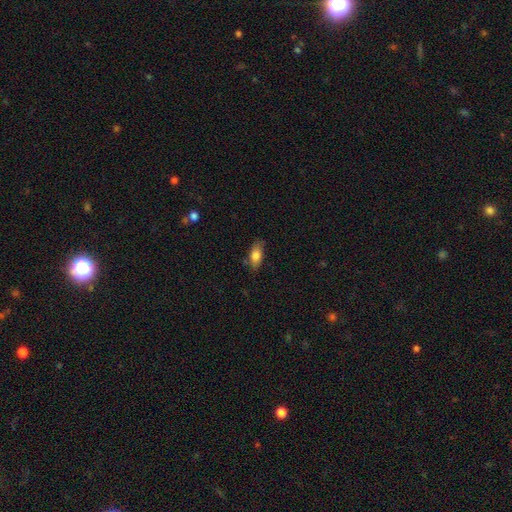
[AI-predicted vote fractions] Overall: smooth (78%). How rounded: in between (83%). Merging: none (75%).